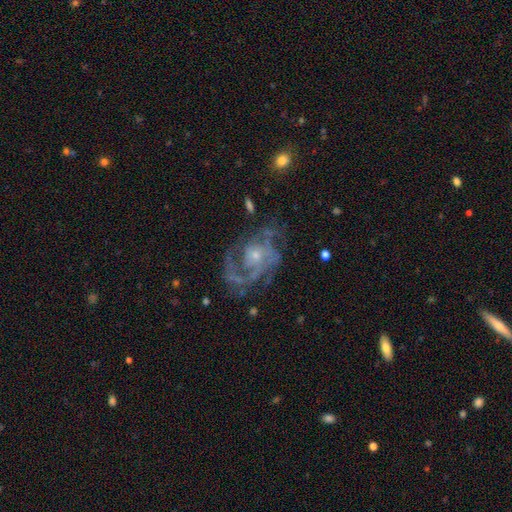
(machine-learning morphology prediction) Smooth or featured: featured or disk — 85% (star or artifact — 8%)
Edge-on disk: no — 98% (yes — 2%)
Bar: no — 74% (weak — 22%)
Spiral arms: yes — 92% (no — 8%)
Spiral winding: medium — 45% (tight — 37%)
Spiral arm count: 2 — 34% (can't tell — 22%)
Bulge size: small — 66% (moderate — 26%)
Merging: none — 55% (major disturbance — 23%)